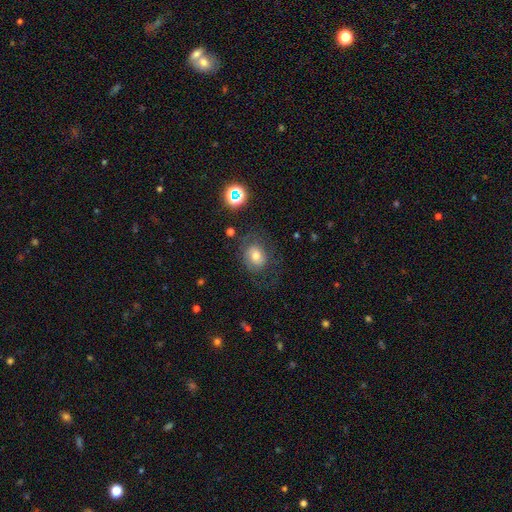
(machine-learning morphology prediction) smooth-or-featured: smooth: 55% | featured or disk: 31% | star or artifact: 14%
  how-rounded: round: 54% | in between: 45% | cigar-shaped: 1%
  merging: none: 57% | major disturbance: 20% | minor disturbance: 20% | merger: 2%